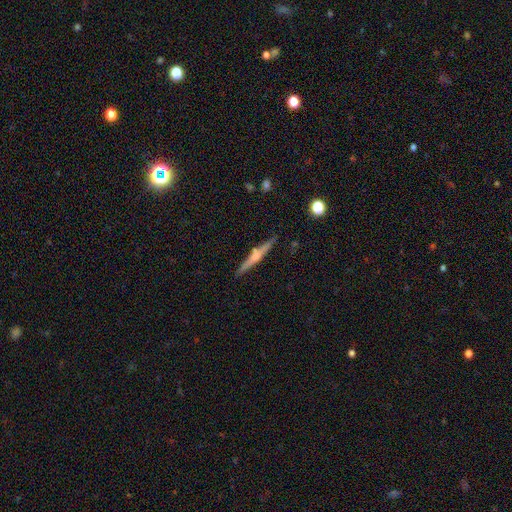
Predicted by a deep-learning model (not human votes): smooth-or-featured: featured or disk: 57% | smooth: 37% | star or artifact: 6%
  disk-edge-on: yes: 97% | no: 3%
    edge-on-bulge: rounded: 62% | none: 23% | boxy: 15%
  merging: none: 84% | minor disturbance: 10% | merger: 3% | major disturbance: 2%